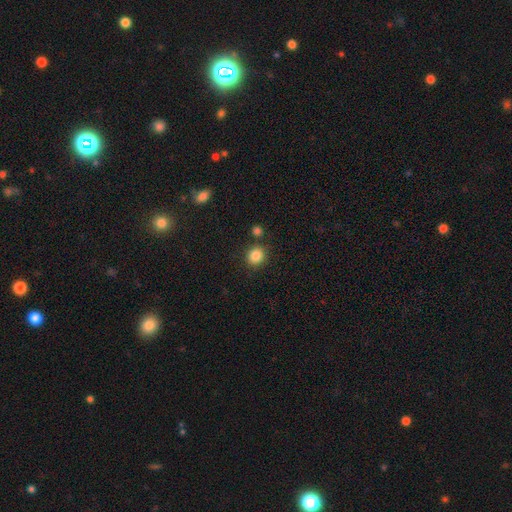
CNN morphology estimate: Smooth or featured?
  - smooth: 85% *
  - star or artifact: 10%
  - featured or disk: 4%
How rounded?
  - round: 85% *
  - in between: 14%
  - cigar-shaped: 1%
Merging?
  - none: 82% *
  - minor disturbance: 9%
  - merger: 6%
  - major disturbance: 3%